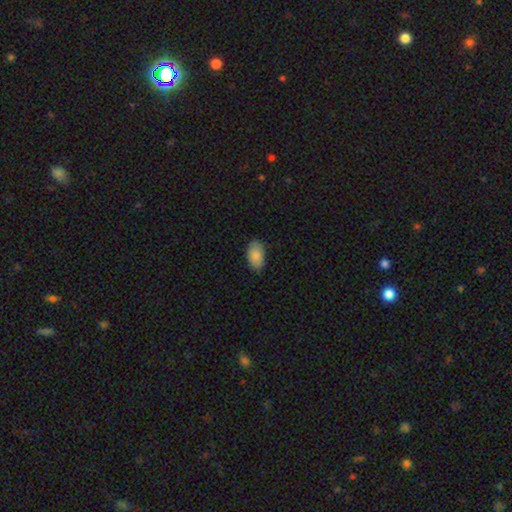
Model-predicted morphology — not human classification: Overall: smooth (87%). How rounded: in between (94%). Merging: none (84%).